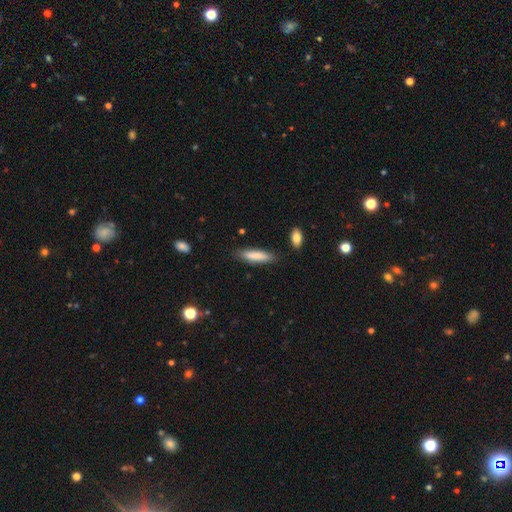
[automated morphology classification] smooth-or-featured: smooth: 84% | featured or disk: 10% | star or artifact: 6%
  how-rounded: cigar-shaped: 75% | in between: 24% | round: 1%
  merging: none: 84% | minor disturbance: 12% | major disturbance: 2% | merger: 2%